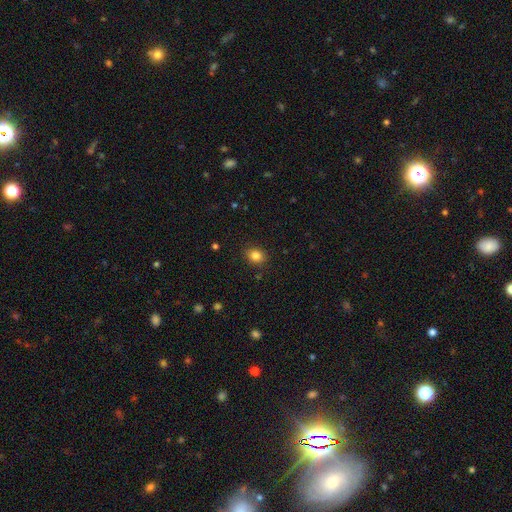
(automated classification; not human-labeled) smooth-or-featured: smooth: 83% | star or artifact: 11% | featured or disk: 5%
  how-rounded: round: 61% | in between: 38% | cigar-shaped: 1%
  merging: none: 87% | minor disturbance: 9% | major disturbance: 2% | merger: 1%